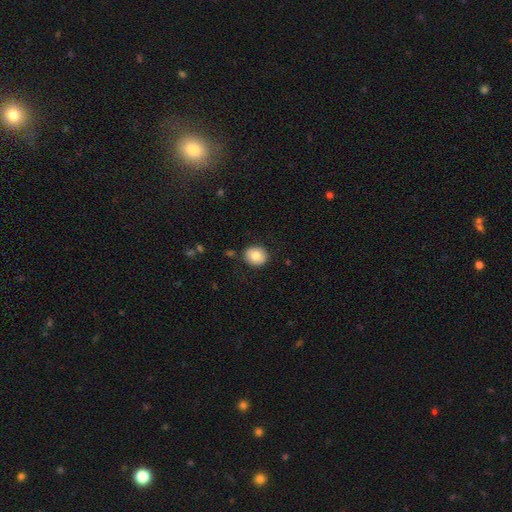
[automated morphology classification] A smooth galaxy with no disk features (79%) that is round (70%). Merging: none (86%).